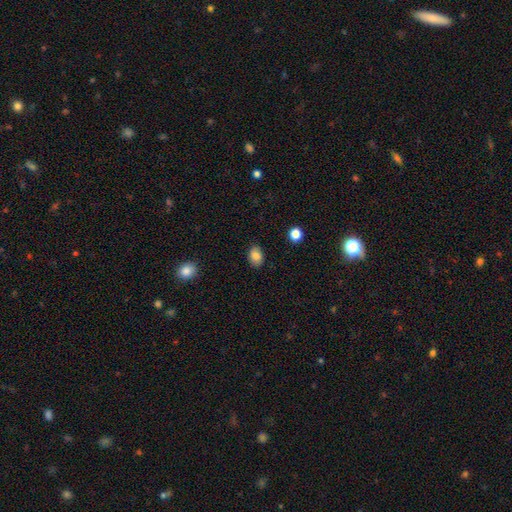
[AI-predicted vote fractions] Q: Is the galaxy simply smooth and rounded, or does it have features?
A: smooth — 82%.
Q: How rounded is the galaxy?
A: in between — 78%.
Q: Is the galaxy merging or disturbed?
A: none — 86%.